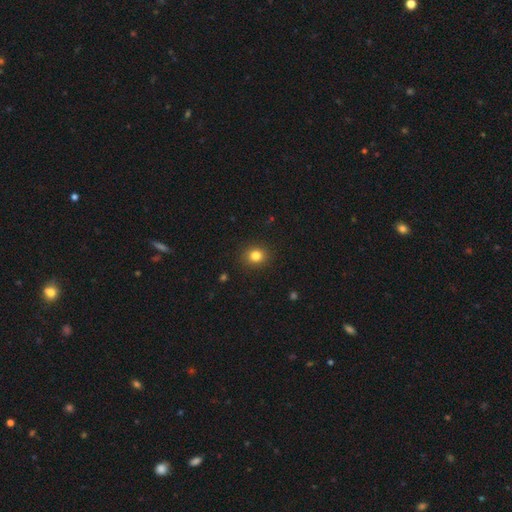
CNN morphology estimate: The model was most divided on "how rounded": round: 78%, in between: 22%, cigar-shaped: 1%. More confident: merging — none (91%); smooth or featured — smooth (82%).